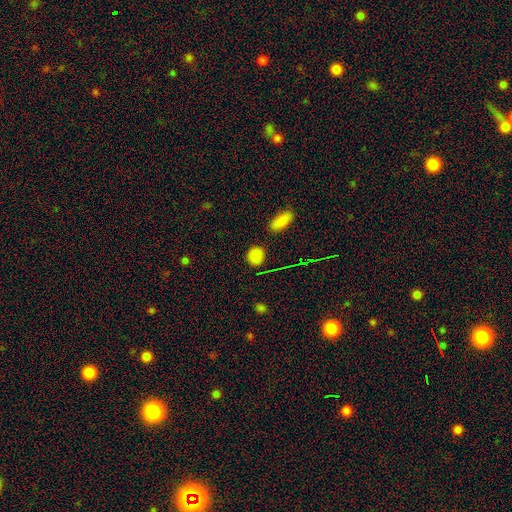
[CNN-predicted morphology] smooth_or_featured: smooth (p=0.80) [alt: star or artifact p=0.15]
how_rounded: round (p=0.76) [alt: in between p=0.22]
merging: none (p=0.85) [alt: minor disturbance p=0.09]